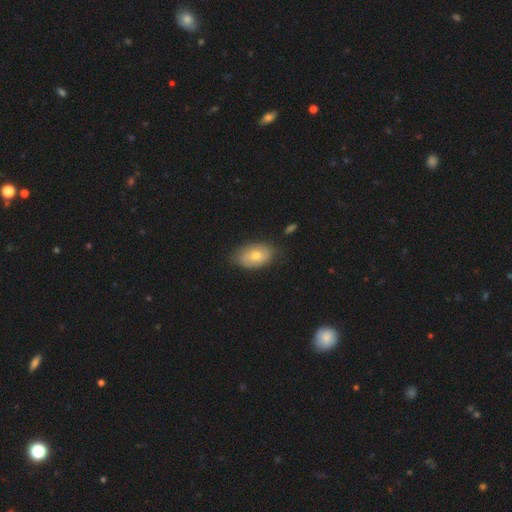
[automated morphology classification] This appears to be a smooth galaxy with no disk features (64%) that is in between round and cigar-shaped (90%). Merging: none (71%).